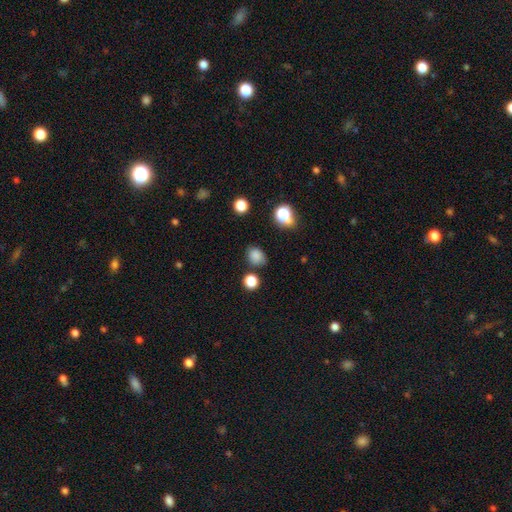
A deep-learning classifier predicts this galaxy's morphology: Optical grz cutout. It shows a smooth galaxy with no disk features (81%) that is round (50%). Merging: none (76%).